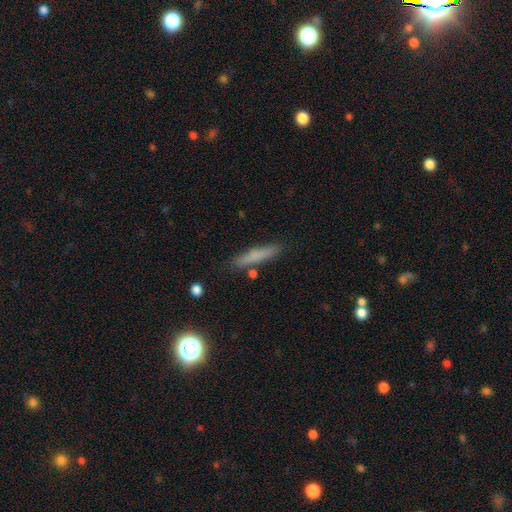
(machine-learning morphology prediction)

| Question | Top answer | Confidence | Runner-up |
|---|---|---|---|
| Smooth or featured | smooth | 72% | featured or disk (20%) |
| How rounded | cigar-shaped | 90% | in between (8%) |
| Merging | none | 83% | minor disturbance (11%) |